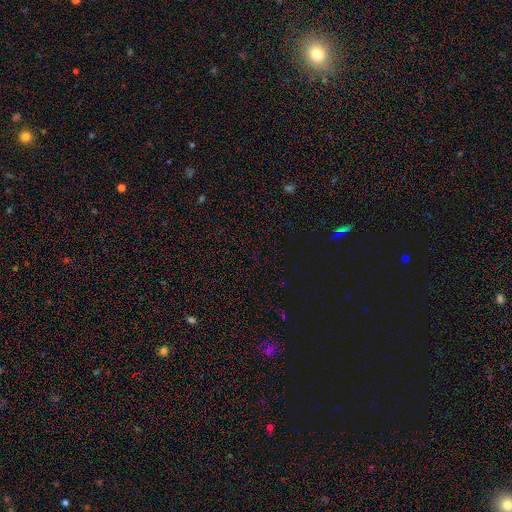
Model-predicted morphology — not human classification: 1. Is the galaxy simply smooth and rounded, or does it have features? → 72% star or artifact, 21% smooth, 7% featured or disk.